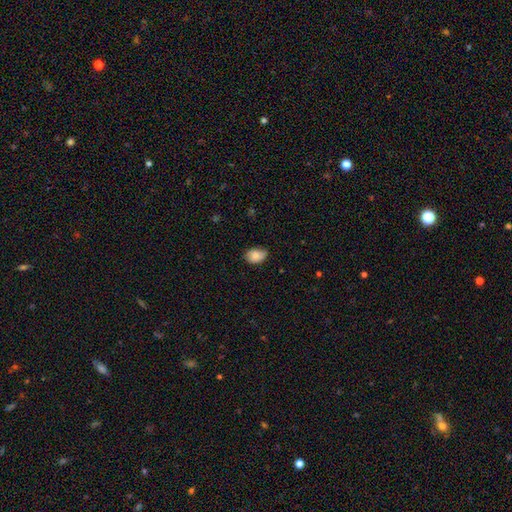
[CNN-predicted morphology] type=smooth (81%); roundness=in between (82%); merging=none (67%).